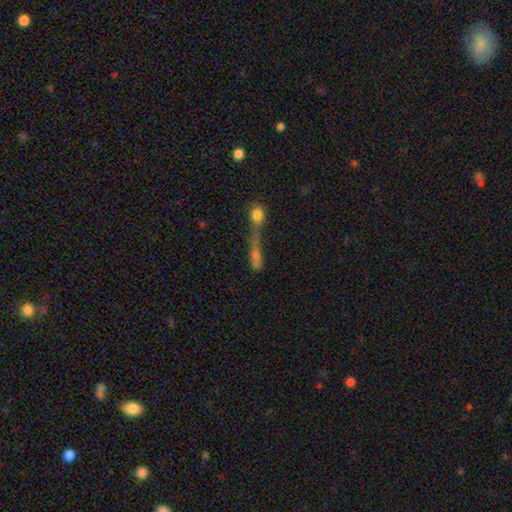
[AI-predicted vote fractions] Smooth or featured? Predicted: smooth (p=0.54). How rounded? Predicted: cigar-shaped (p=0.46). Merging? Predicted: merger (p=0.62).